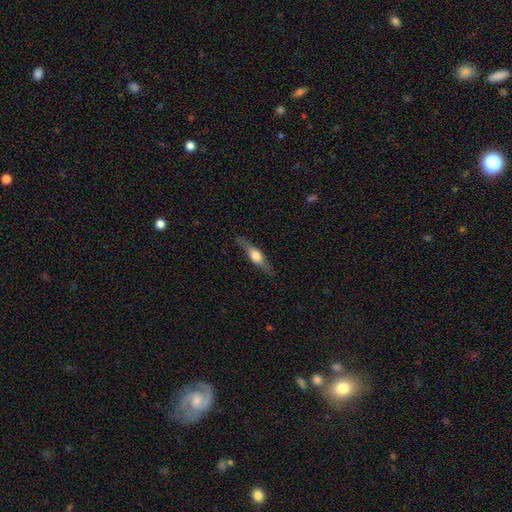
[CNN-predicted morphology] Overall: featured or disk (62%; smooth 32%). Edge-on disk: yes (94%). Edge-on bulge: rounded (92%). Merging: none (85%).